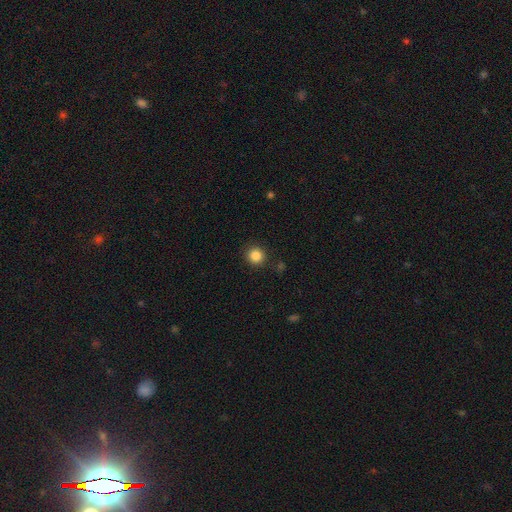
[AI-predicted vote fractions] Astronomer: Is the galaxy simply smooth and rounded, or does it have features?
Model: smooth — 85%.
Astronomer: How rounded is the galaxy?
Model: round — 92%.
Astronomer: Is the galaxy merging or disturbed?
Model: none — 90%.